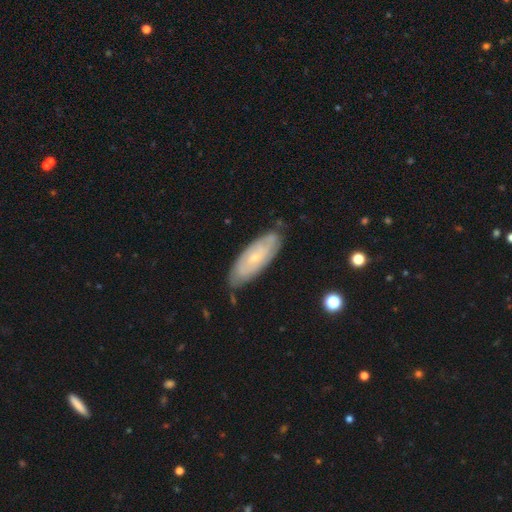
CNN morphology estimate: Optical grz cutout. It shows a featured or disk galaxy (56%). Merging: none (79%).